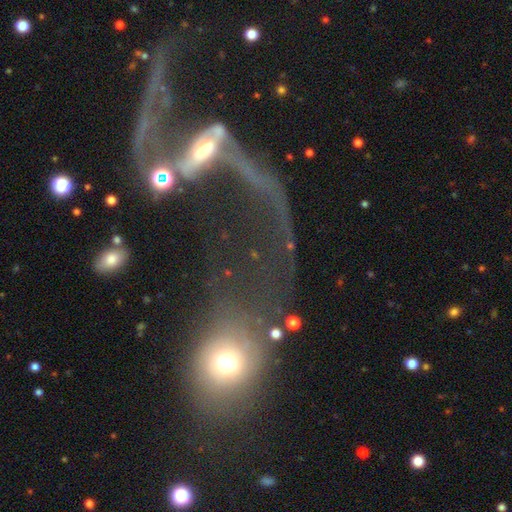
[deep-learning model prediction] Morphology: type=featured or disk (67%); edge-on=no (89%); bar=no (47%); spiral arms=yes (68%); bulge=small (43%); merging=major disturbance (33%).